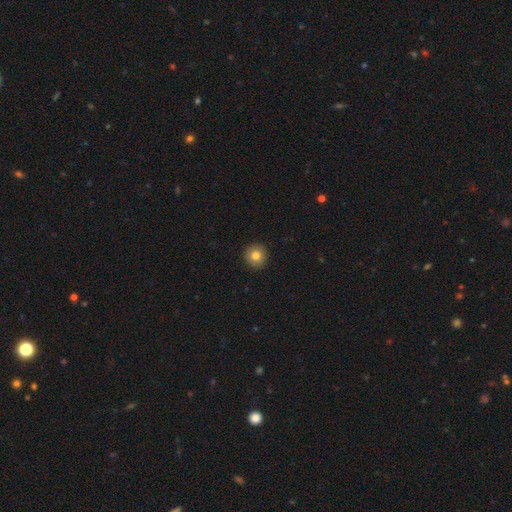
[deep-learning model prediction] smooth-or-featured: smooth: 81% | star or artifact: 9% | featured or disk: 9%
  how-rounded: round: 93% | in between: 6% | cigar-shaped: 1%
  merging: none: 93% | minor disturbance: 5% | major disturbance: 1% | merger: 1%